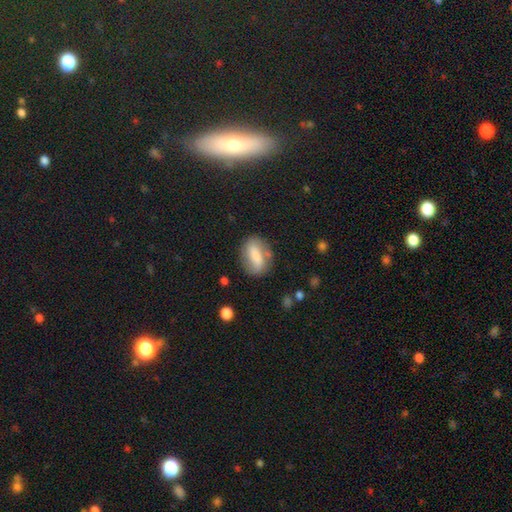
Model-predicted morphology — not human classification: smooth-or-featured: smooth: 64% | featured or disk: 29% | star or artifact: 8%
  how-rounded: in between: 77% | round: 15% | cigar-shaped: 8%
  merging: none: 73% | minor disturbance: 17% | major disturbance: 6% | merger: 4%